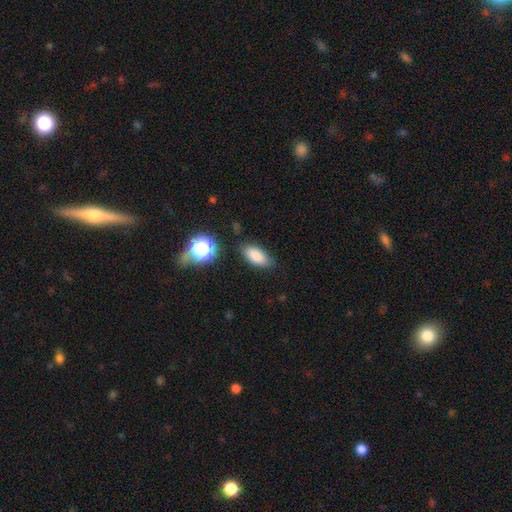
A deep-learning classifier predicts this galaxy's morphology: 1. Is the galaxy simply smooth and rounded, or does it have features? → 83% smooth, 10% star or artifact, 7% featured or disk.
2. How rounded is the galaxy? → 88% in between, 7% cigar-shaped, 5% round.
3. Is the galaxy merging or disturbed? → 80% none, 13% minor disturbance, 3% major disturbance, 3% merger.